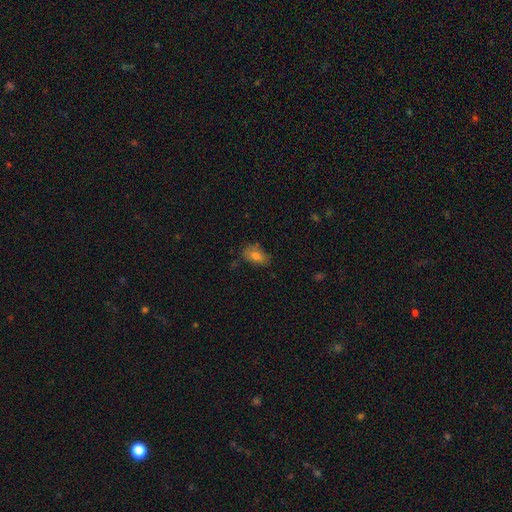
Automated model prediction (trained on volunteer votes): Smooth or featured? smooth (78%)
How rounded? in between (87%)
Merging? none (71%)